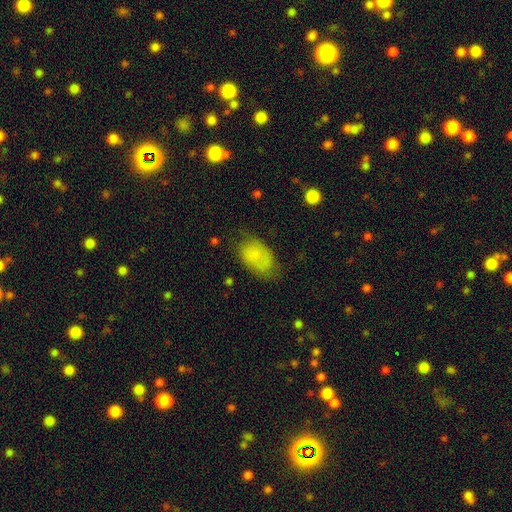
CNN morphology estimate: Overall: smooth (72%). How rounded: in between (90%). Merging: none (59%; minor disturbance 27%).